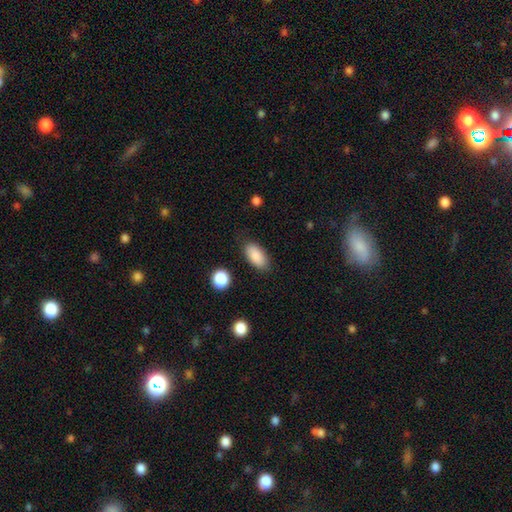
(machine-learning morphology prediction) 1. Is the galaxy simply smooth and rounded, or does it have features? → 87% smooth, 7% star or artifact, 6% featured or disk.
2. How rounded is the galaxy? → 91% in between, 6% cigar-shaped, 3% round.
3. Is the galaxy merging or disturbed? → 84% none, 11% minor disturbance, 3% major disturbance, 2% merger.